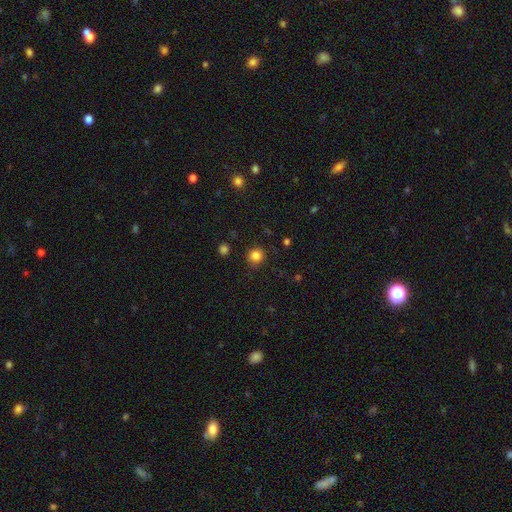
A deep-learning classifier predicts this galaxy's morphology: Overall: smooth (83%). How rounded: round (92%). Merging: none (87%).